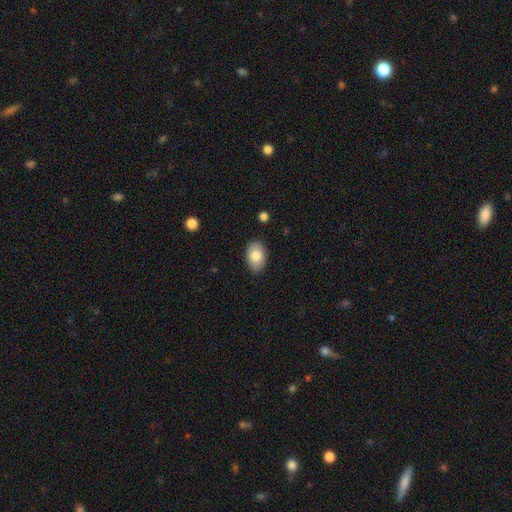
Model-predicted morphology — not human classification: type=smooth (83%); roundness=in between (90%); merging=none (87%).